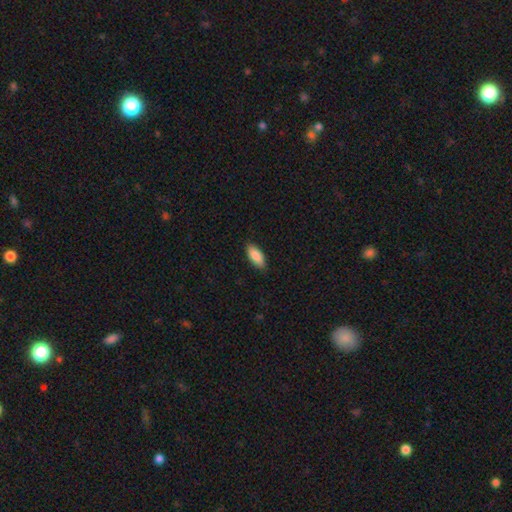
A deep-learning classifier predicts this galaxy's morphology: A smooth galaxy with no disk features (88%) that is in between round and cigar-shaped (84%). Merging: none (88%).